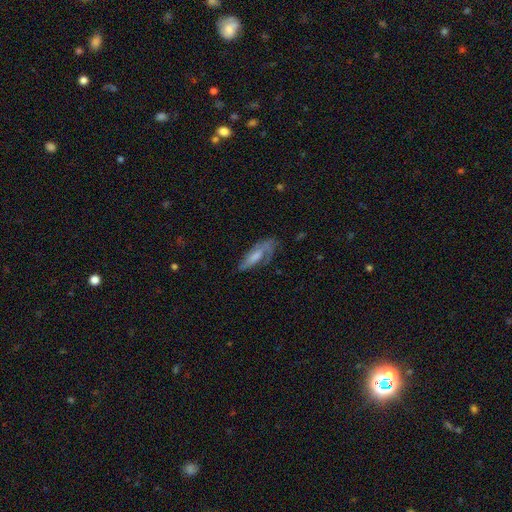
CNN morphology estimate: Smooth or featured? featured or disk (46%)
Merging? none (44%)